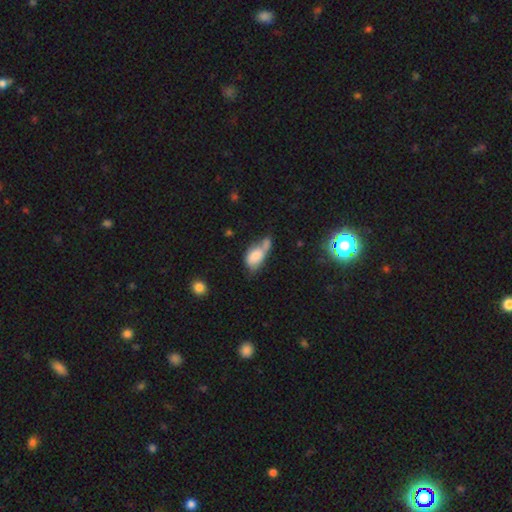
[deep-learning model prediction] Overall: smooth (76%). How rounded: in between (88%). Merging: merger (47%; none 22%).